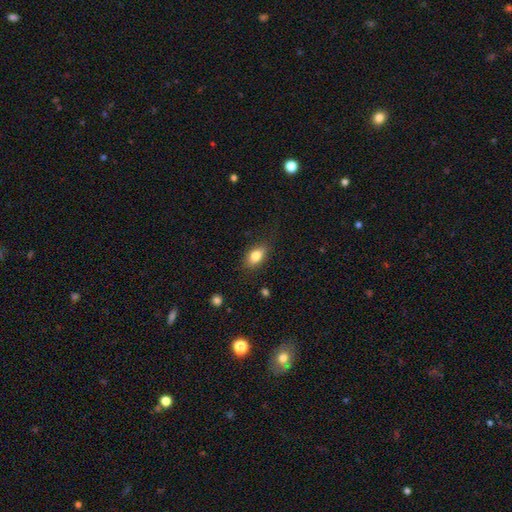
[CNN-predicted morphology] smooth-or-featured: smooth: 81% | featured or disk: 11% | star or artifact: 8%
  how-rounded: in between: 86% | round: 10% | cigar-shaped: 5%
  merging: none: 83% | minor disturbance: 13% | major disturbance: 3% | merger: 1%